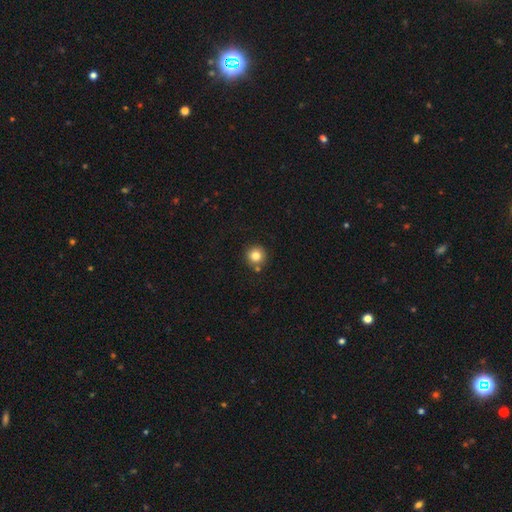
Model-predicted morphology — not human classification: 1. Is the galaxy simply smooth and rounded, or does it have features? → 82% smooth, 11% star or artifact, 7% featured or disk.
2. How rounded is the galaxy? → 95% round, 4% in between, 1% cigar-shaped.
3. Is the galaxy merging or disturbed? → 83% none, 8% minor disturbance, 7% merger, 2% major disturbance.